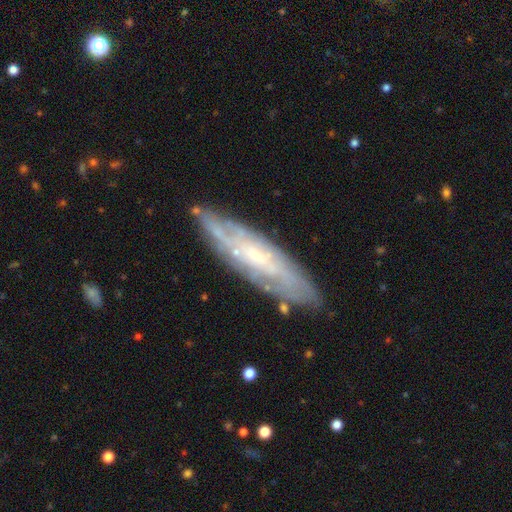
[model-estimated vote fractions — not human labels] Q: Smooth or featured?
A: featured or disk (71%); runner-up: smooth (22%)
Q: Edge-on disk?
A: no (64%); runner-up: yes (36%)
Q: Merging?
A: none (79%); runner-up: minor disturbance (15%)